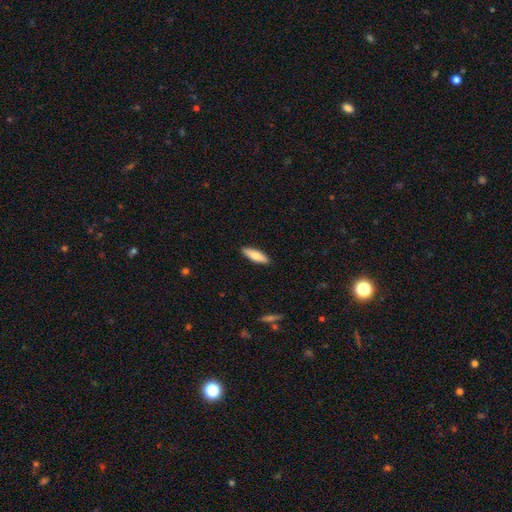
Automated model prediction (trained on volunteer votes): A smooth galaxy with no disk features (76%) that is cigar-shaped (53%). Merging: none (90%).